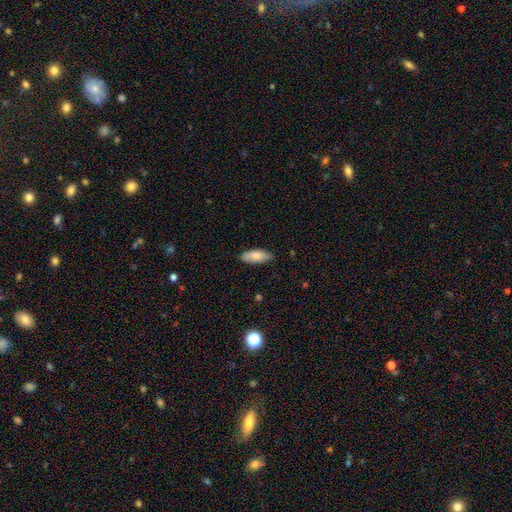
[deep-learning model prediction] Smooth or featured: smooth — 81% (featured or disk — 13%)
How rounded: in between — 80% (cigar-shaped — 18%)
Merging: none — 83% (minor disturbance — 14%)